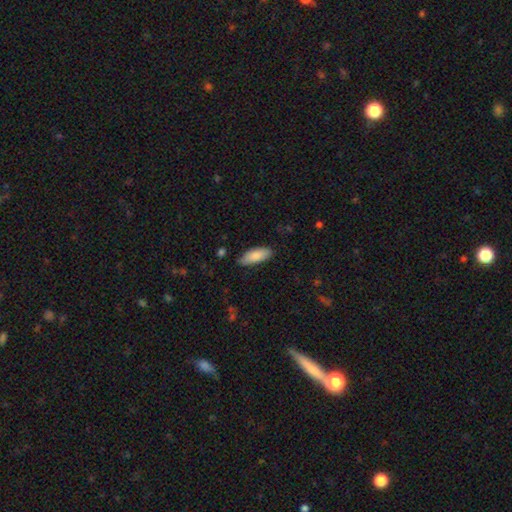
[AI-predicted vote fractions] Smooth or featured?
  - smooth: 86% *
  - featured or disk: 9%
  - star or artifact: 6%
How rounded?
  - in between: 76% *
  - cigar-shaped: 22%
  - round: 2%
Merging?
  - none: 81% *
  - minor disturbance: 16%
  - major disturbance: 2%
  - merger: 1%